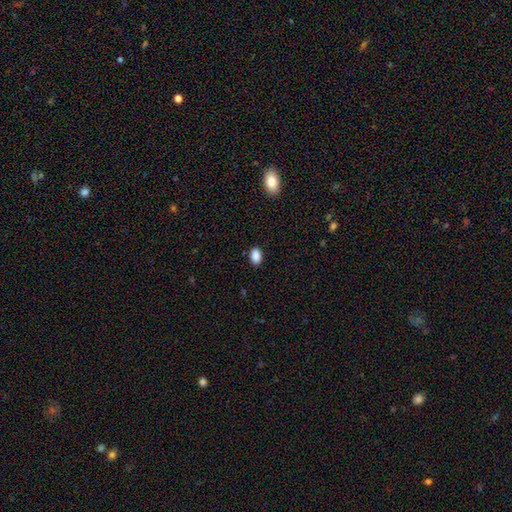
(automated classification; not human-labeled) Smooth or featured?
  - smooth: 89% *
  - star or artifact: 9%
  - featured or disk: 3%
How rounded?
  - in between: 88% *
  - round: 11%
  - cigar-shaped: 2%
Merging?
  - none: 87% *
  - minor disturbance: 10%
  - major disturbance: 2%
  - merger: 1%